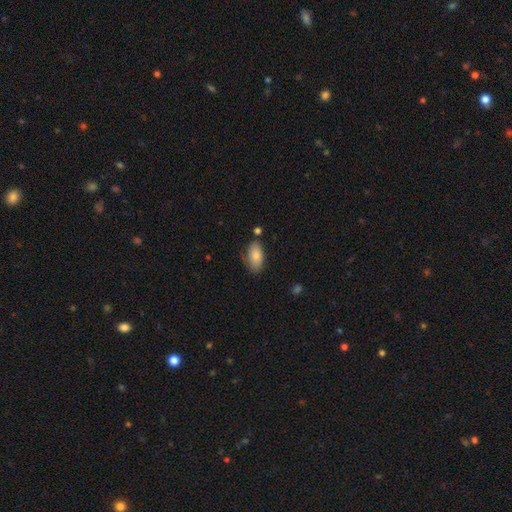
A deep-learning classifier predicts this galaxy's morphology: Overall: smooth (83%). How rounded: in between (93%). Merging: none (66%).